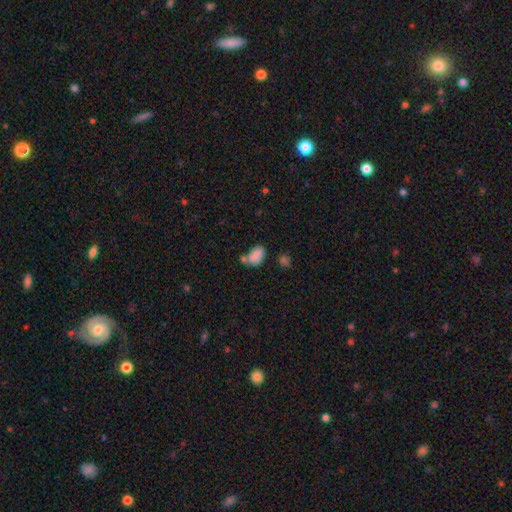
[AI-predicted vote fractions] smooth_or_featured: smooth (p=0.84) [alt: star or artifact p=0.10]
how_rounded: in between (p=0.88) [alt: round p=0.11]
merging: none (p=0.46) [alt: merger p=0.29]